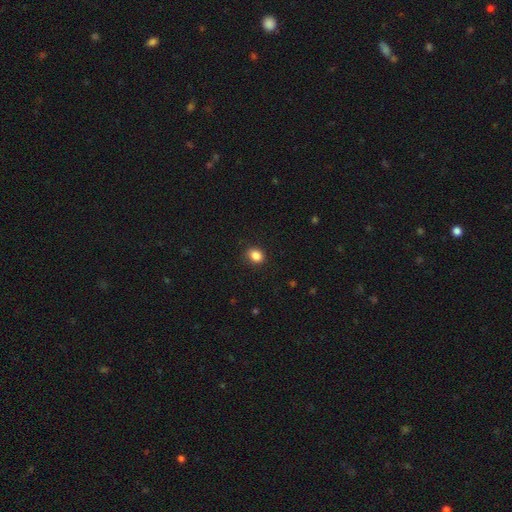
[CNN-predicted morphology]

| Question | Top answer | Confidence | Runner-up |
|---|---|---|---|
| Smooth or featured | smooth | 86% | star or artifact (10%) |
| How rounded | in between | 52% | round (47%) |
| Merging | none | 87% | minor disturbance (9%) |